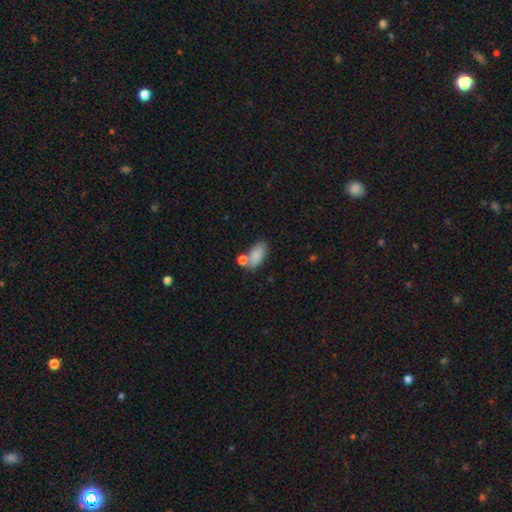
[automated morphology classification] This is clearly a smooth galaxy (84%). How rounded: clearly in between (90%). Merging: possibly none (53%).